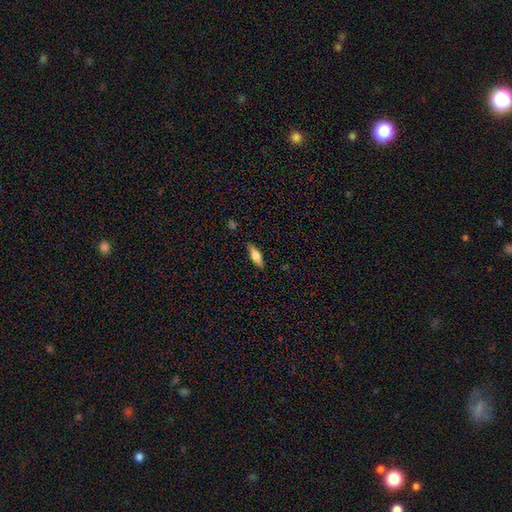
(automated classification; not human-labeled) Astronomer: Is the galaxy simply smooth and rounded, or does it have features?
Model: smooth — 75%.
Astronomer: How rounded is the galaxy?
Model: in between — 64%.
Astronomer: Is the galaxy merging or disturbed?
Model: none — 84%.